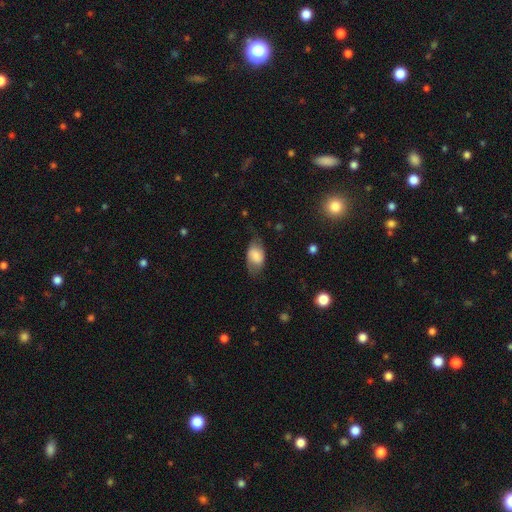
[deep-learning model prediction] Q: Smooth or featured?
A: smooth (65%); runner-up: featured or disk (27%)
Q: How rounded?
A: in between (88%); runner-up: round (10%)
Q: Merging?
A: none (60%); runner-up: minor disturbance (27%)